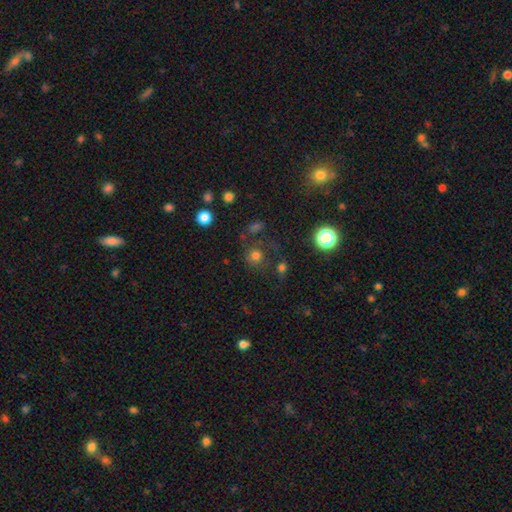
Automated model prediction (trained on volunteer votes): Q: Smooth or featured?
A: smooth (69%); runner-up: star or artifact (21%)
Q: How rounded?
A: round (88%); runner-up: in between (11%)
Q: Merging?
A: none (66%); runner-up: minor disturbance (13%)